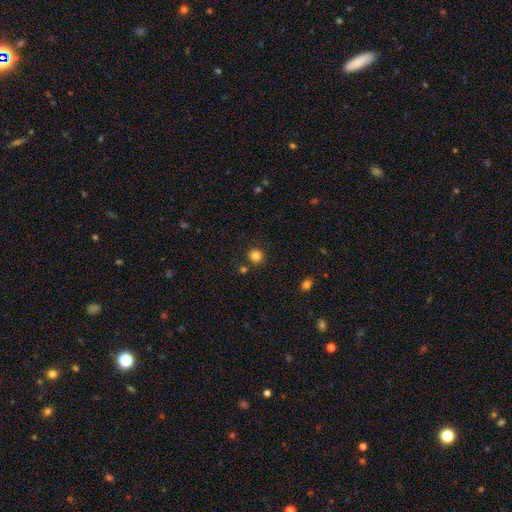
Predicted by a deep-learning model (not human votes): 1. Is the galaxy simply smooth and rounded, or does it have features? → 83% smooth, 12% star or artifact, 4% featured or disk.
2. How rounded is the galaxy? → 91% round, 8% in between, 1% cigar-shaped.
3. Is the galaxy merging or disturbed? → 85% none, 7% minor disturbance, 5% merger, 2% major disturbance.